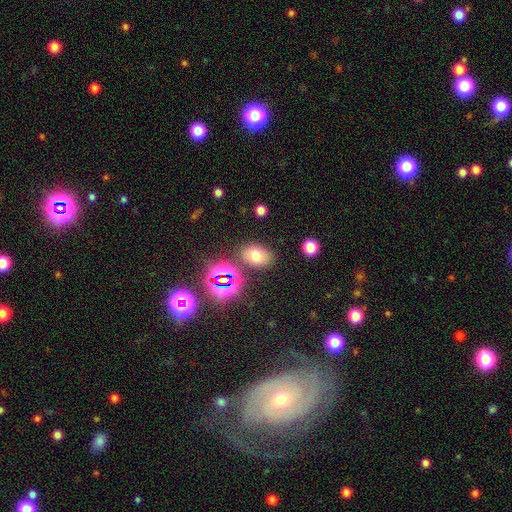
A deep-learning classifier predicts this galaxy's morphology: Smooth or featured: smooth — 68% (star or artifact — 20%)
How rounded: in between — 77% (round — 22%)
Merging: none — 79% (minor disturbance — 11%)